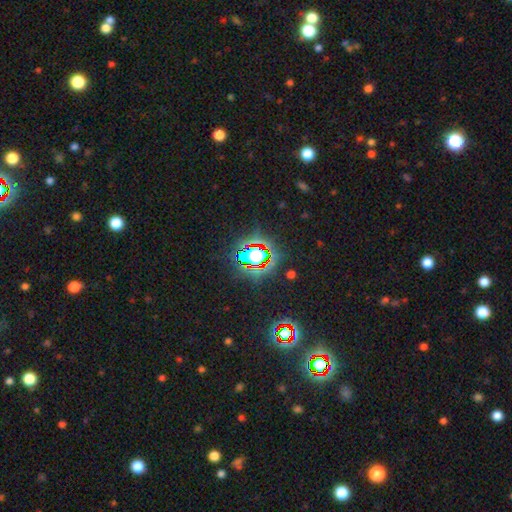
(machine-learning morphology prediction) A star or artifact, not a galaxy (70%).

Vote fractions:
- Smooth or featured? star or artifact: 70% / smooth: 19% / featured or disk: 12%